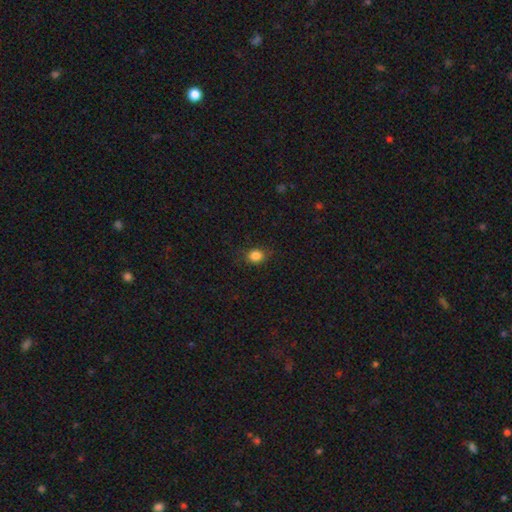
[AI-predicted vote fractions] Overall: smooth (84%). How rounded: round (62%; in between 37%). Merging: none (84%).